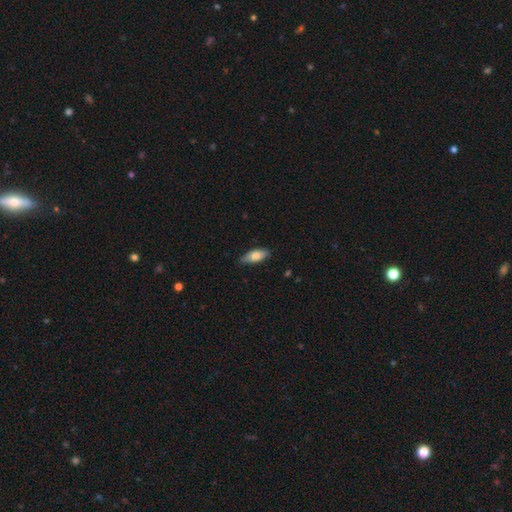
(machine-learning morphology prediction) This appears to be a smooth galaxy with no disk features (74%) that is in between round and cigar-shaped (79%). Merging: none (79%).